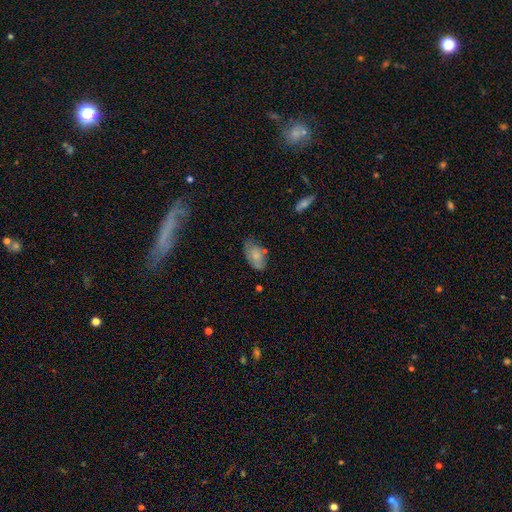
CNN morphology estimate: The model was most divided on "merging": none: 62%, minor disturbance: 28%, major disturbance: 7%, merger: 4%. More confident: how rounded — in between (92%); smooth or featured — smooth (73%).